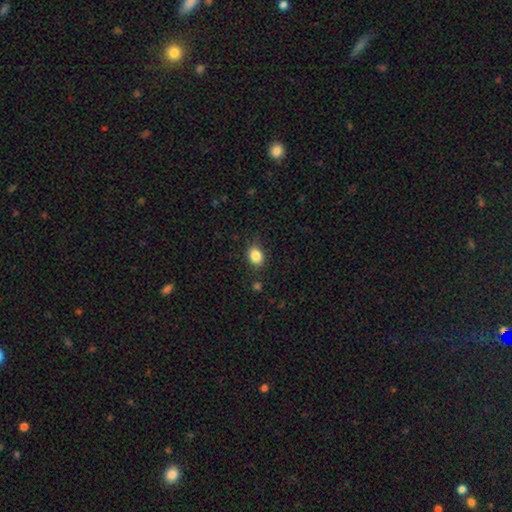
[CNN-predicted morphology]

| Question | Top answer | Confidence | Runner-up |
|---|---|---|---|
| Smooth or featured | smooth | 85% | star or artifact (10%) |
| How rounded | in between | 64% | round (35%) |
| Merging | none | 84% | minor disturbance (11%) |